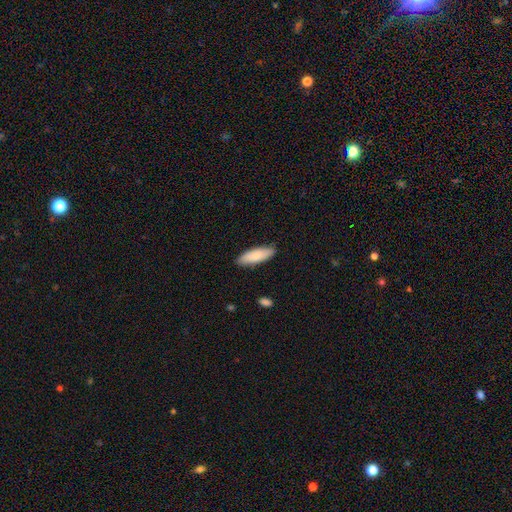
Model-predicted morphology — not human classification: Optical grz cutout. It shows a smooth galaxy with no disk features (86%) that is in between round and cigar-shaped (55%). Merging: none (86%).